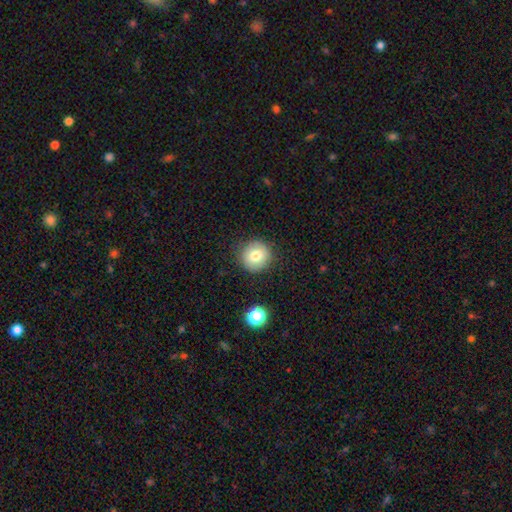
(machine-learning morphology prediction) Q: Smooth or featured?
A: smooth (76%); runner-up: featured or disk (14%)
Q: How rounded?
A: round (92%); runner-up: in between (7%)
Q: Merging?
A: none (88%); runner-up: minor disturbance (8%)